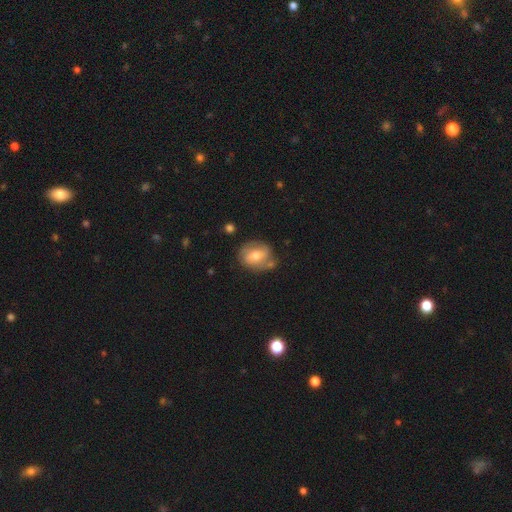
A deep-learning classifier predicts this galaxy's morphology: Smooth or featured? smooth (47%)
Merging? none (65%)